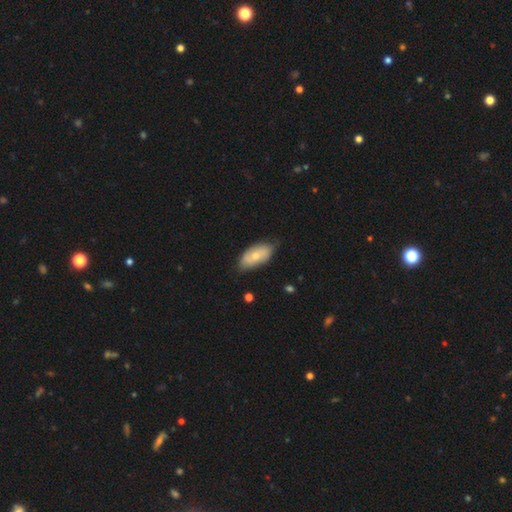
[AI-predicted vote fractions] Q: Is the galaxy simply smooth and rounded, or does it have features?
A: smooth — 65%.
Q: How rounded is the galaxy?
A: in between — 93%.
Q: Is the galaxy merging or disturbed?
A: none — 74%.